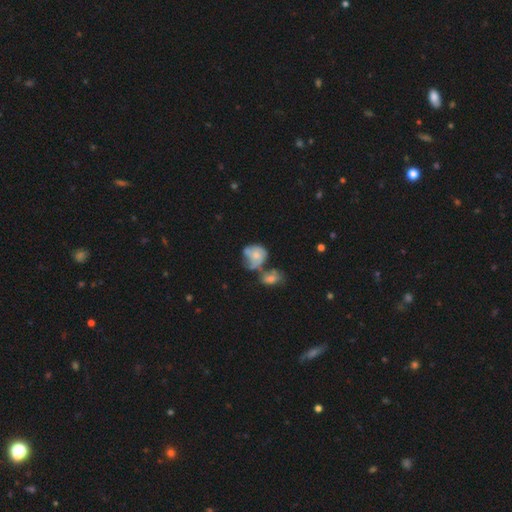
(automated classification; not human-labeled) This appears to be a featured or disk galaxy (46%). Merging: merger (39%).